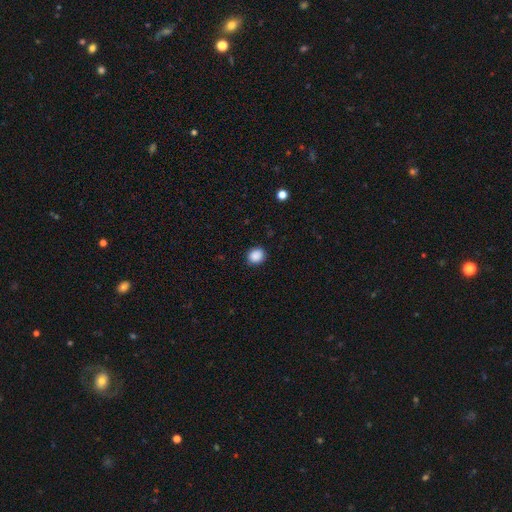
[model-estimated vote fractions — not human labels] Smooth or featured?
  - smooth: 88% *
  - star or artifact: 9%
  - featured or disk: 3%
How rounded?
  - round: 78% *
  - in between: 21%
  - cigar-shaped: 1%
Merging?
  - none: 87% *
  - minor disturbance: 10%
  - major disturbance: 2%
  - merger: 1%